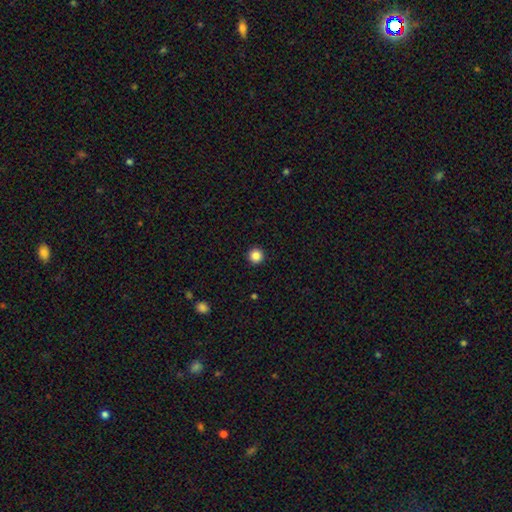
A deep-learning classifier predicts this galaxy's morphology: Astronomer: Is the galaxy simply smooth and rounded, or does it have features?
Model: smooth — 86%.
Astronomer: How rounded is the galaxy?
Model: round — 96%.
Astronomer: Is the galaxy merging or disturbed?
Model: none — 94%.